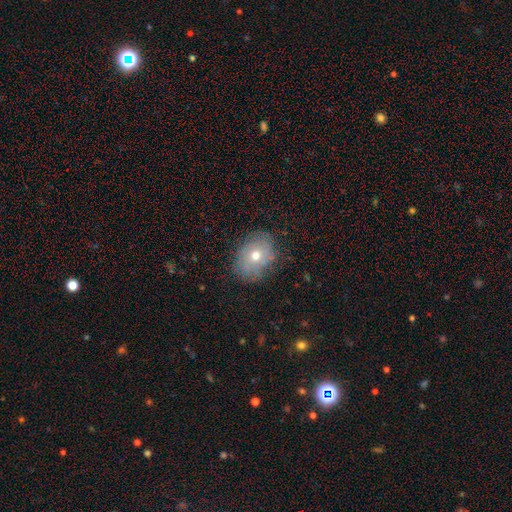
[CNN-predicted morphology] Q: Smooth or featured?
A: smooth (62%); runner-up: featured or disk (27%)
Q: How rounded?
A: in between (59%); runner-up: round (40%)
Q: Merging?
A: none (78%); runner-up: minor disturbance (16%)